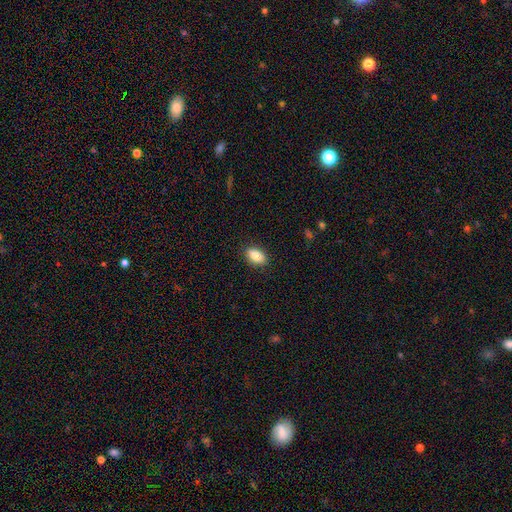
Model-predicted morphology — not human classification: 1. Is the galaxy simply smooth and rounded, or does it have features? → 84% smooth, 9% featured or disk, 8% star or artifact.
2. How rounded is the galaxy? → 89% in between, 7% round, 4% cigar-shaped.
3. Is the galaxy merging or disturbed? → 88% none, 8% minor disturbance, 2% major disturbance, 1% merger.